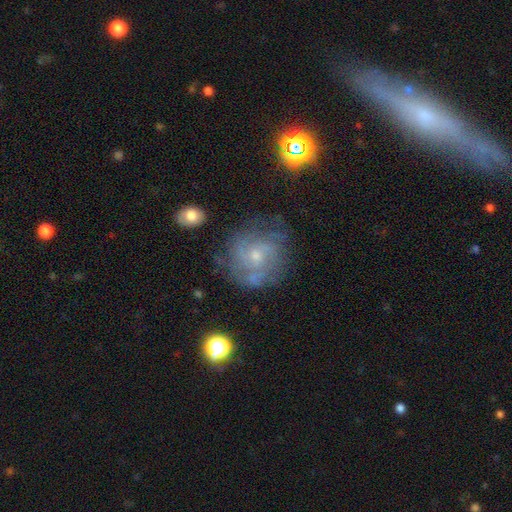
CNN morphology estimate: Smooth or featured? Predicted: featured or disk (p=0.73). Edge-on disk? Predicted: no (p=0.98). Bar? Predicted: no (p=0.73). Spiral arms? Predicted: yes (p=0.86). Spiral winding? Predicted: tight (p=0.53). Spiral arm count? Predicted: can't tell (p=0.43). Bulge size? Predicted: small (p=0.64). Merging? Predicted: none (p=0.65).